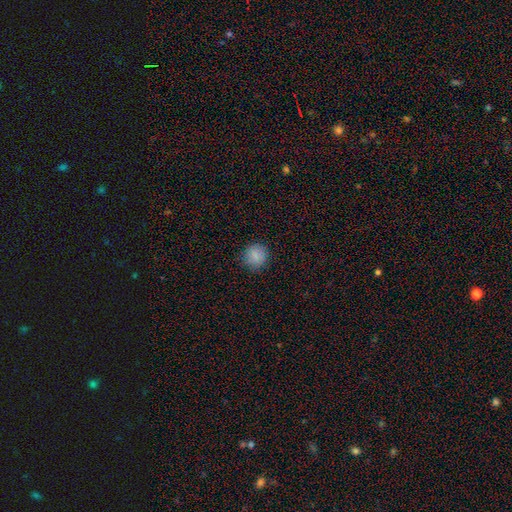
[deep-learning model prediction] This is clearly a smooth galaxy (87%). How rounded: clearly round (91%). Merging: clearly none (88%).